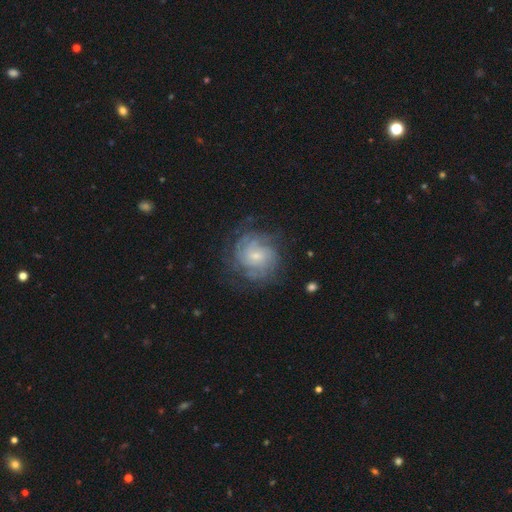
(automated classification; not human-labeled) The model was most divided on "bar": no: 62%, weak: 33%, strong: 5%. Remaining: edge-on disk — no (98%); spiral arms — yes (92%); smooth or featured — featured or disk (75%); merging — none (71%); spiral winding — tight (65%); bulge size — small (63%); spiral arm count — can't tell (47%).